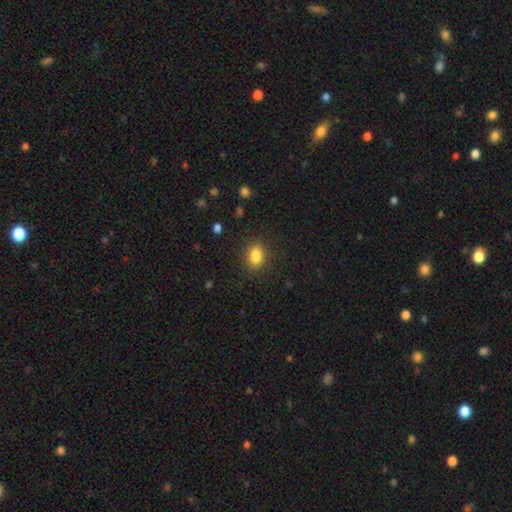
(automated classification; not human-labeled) A smooth galaxy with no disk features (86%) that is in between round and cigar-shaped (70%).

Vote fractions:
- Smooth or featured? smooth: 86% / star or artifact: 10% / featured or disk: 4%
- How rounded? in between: 70% / round: 28% / cigar-shaped: 1%
- Merging? none: 87% / minor disturbance: 9% / major disturbance: 3% / merger: 1%